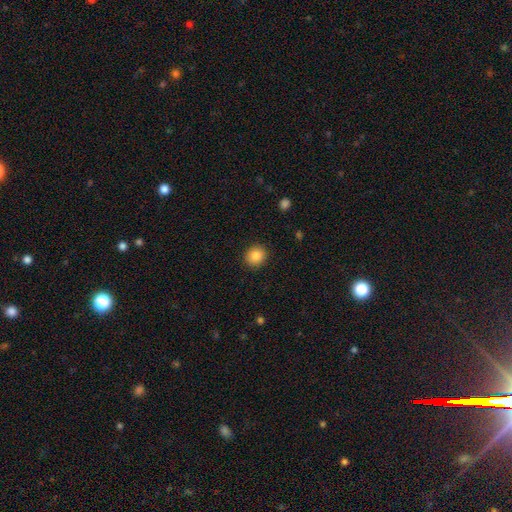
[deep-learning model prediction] This is clearly a smooth galaxy (85%). How rounded: clearly round (85%). Merging: clearly none (91%).